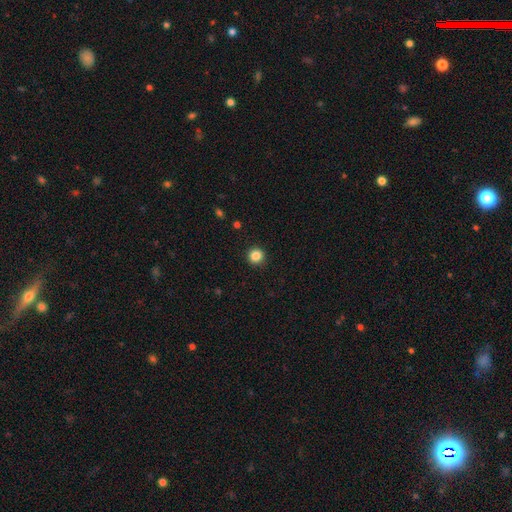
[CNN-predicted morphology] A smooth galaxy with no disk features (86%) that is round (94%).

Vote fractions:
- Smooth or featured? smooth: 86% / star or artifact: 11% / featured or disk: 4%
- How rounded? round: 94% / in between: 5% / cigar-shaped: 1%
- Merging? none: 93% / minor disturbance: 5% / major disturbance: 2% / merger: 1%